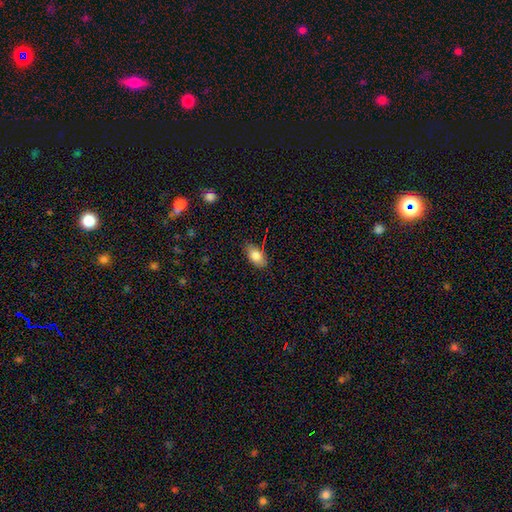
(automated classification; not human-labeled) Smooth or featured: smooth — 80% (featured or disk — 12%)
How rounded: in between — 90% (cigar-shaped — 5%)
Merging: none — 80% (minor disturbance — 15%)